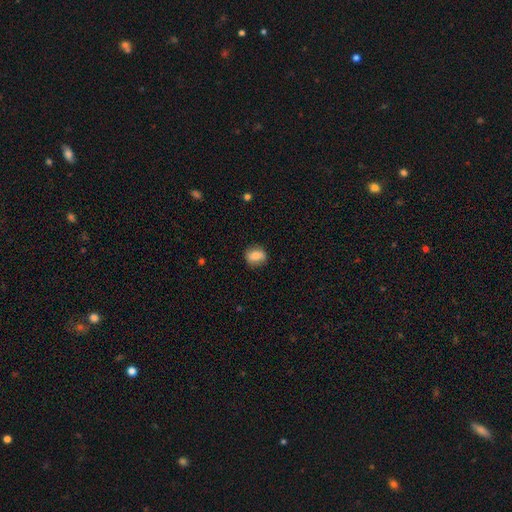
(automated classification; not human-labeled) This appears to be a smooth galaxy with no disk features (76%) that is round (52%). Merging: none (80%).